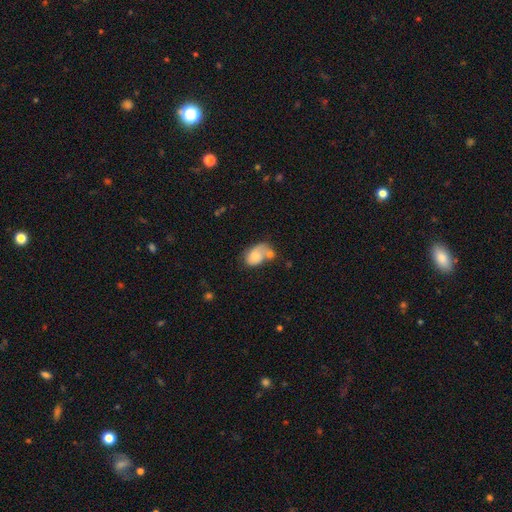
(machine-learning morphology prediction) Smooth or featured: smooth — 67% (featured or disk — 25%)
How rounded: in between — 81% (round — 18%)
Merging: merger — 41% (none — 27%)